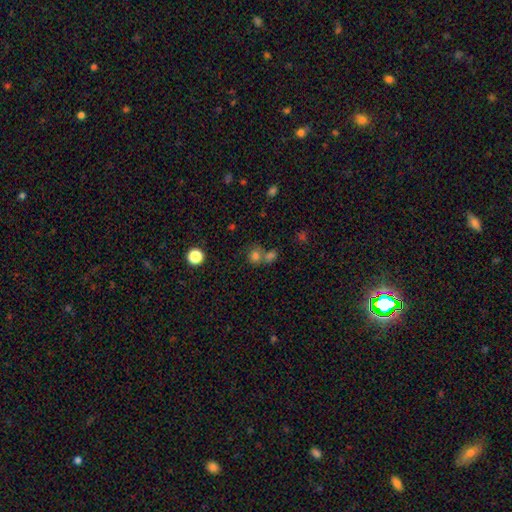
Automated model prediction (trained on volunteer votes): Q: Smooth or featured?
A: smooth (74%); runner-up: star or artifact (17%)
Q: How rounded?
A: round (70%); runner-up: in between (29%)
Q: Merging?
A: merger (45%); runner-up: none (41%)